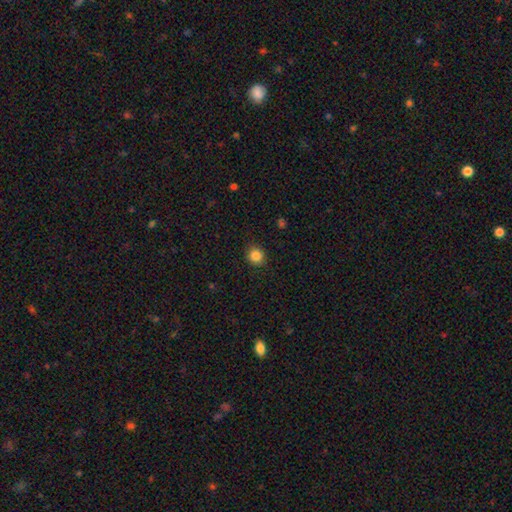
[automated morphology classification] type=smooth (84%); roundness=round (86%); merging=none (90%).